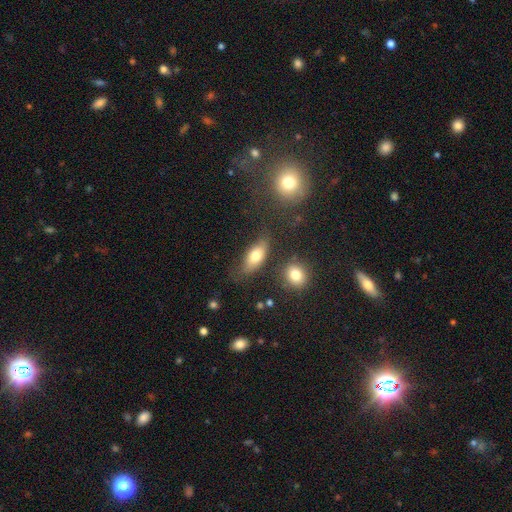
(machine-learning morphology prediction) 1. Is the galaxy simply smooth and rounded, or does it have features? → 75% smooth, 17% featured or disk, 8% star or artifact.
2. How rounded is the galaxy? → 81% in between, 14% cigar-shaped, 5% round.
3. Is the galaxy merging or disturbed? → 69% none, 18% minor disturbance, 7% major disturbance, 6% merger.